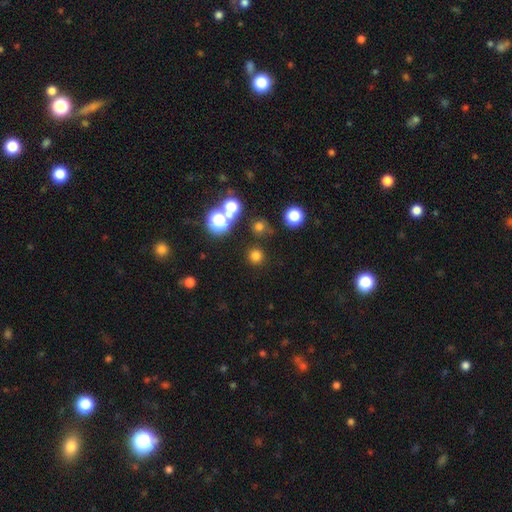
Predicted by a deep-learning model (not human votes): Smooth or featured: smooth — 71% (star or artifact — 23%)
How rounded: round — 94% (in between — 5%)
Merging: none — 86% (minor disturbance — 7%)